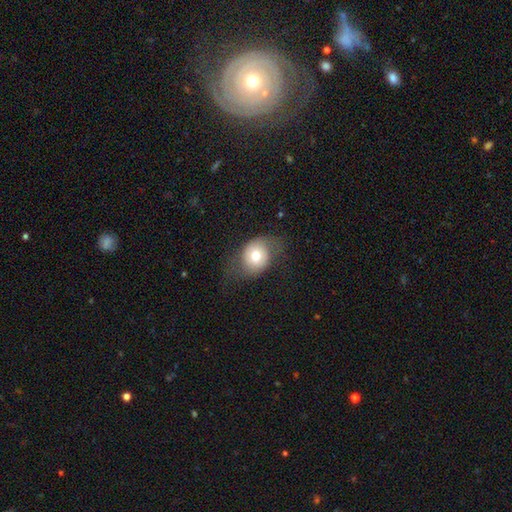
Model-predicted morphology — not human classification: Q: Smooth or featured?
A: smooth (62%); runner-up: featured or disk (29%)
Q: How rounded?
A: round (52%); runner-up: in between (47%)
Q: Merging?
A: none (54%); runner-up: minor disturbance (27%)